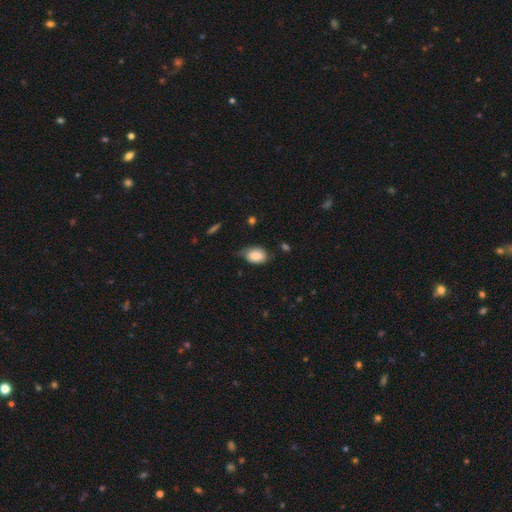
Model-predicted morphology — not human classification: This appears to be a smooth galaxy with no disk features (82%) that is in between round and cigar-shaped (83%). Merging: none (48%).